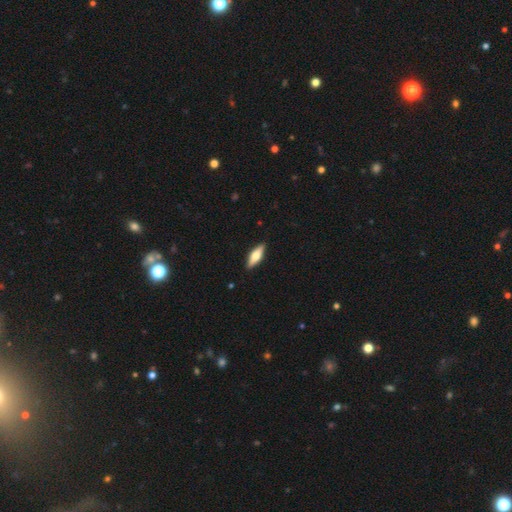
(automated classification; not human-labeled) Overall: smooth (53%; featured or disk 42%). How rounded: in between (51%; cigar-shaped 47%). Merging: none (90%).